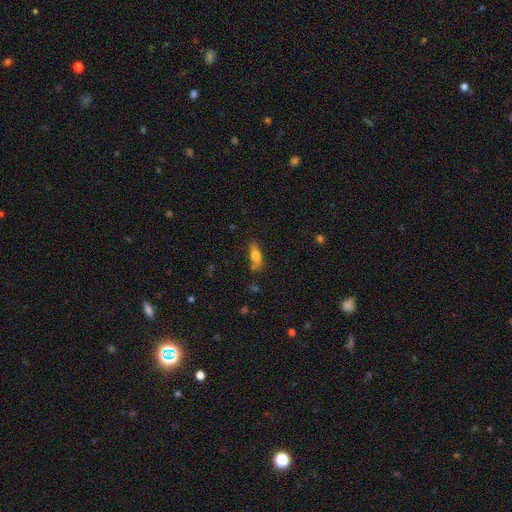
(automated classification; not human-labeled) The model was most divided on "how rounded": in between: 64%, cigar-shaped: 31%, round: 4%. More confident: merging — none (65%); smooth or featured — smooth (65%).